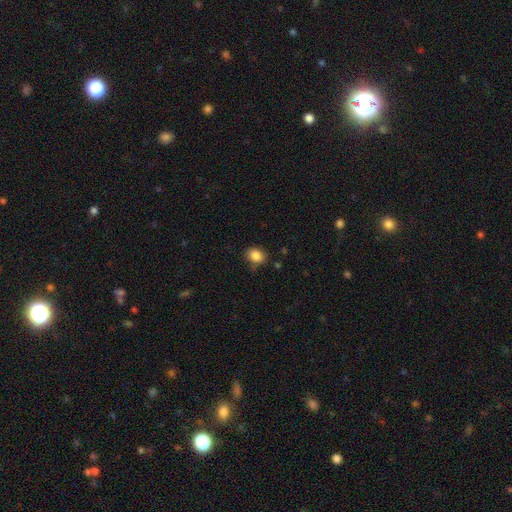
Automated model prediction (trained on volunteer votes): Smooth or featured?
  - smooth: 86% *
  - star or artifact: 10%
  - featured or disk: 5%
How rounded?
  - in between: 54% *
  - round: 45%
  - cigar-shaped: 1%
Merging?
  - none: 76% *
  - minor disturbance: 17%
  - major disturbance: 4%
  - merger: 3%